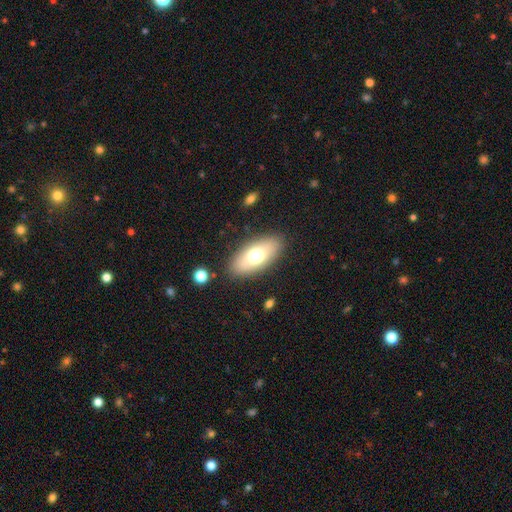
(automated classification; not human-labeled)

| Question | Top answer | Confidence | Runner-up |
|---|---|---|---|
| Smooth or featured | smooth | 67% | featured or disk (25%) |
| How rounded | in between | 86% | cigar-shaped (10%) |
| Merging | none | 86% | minor disturbance (9%) |